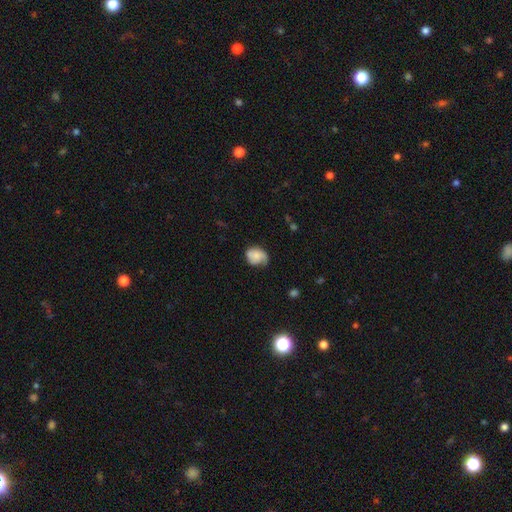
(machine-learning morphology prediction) Smooth or featured? Predicted: smooth (p=0.66). How rounded? Predicted: in between (p=0.54). Merging? Predicted: none (p=0.53).